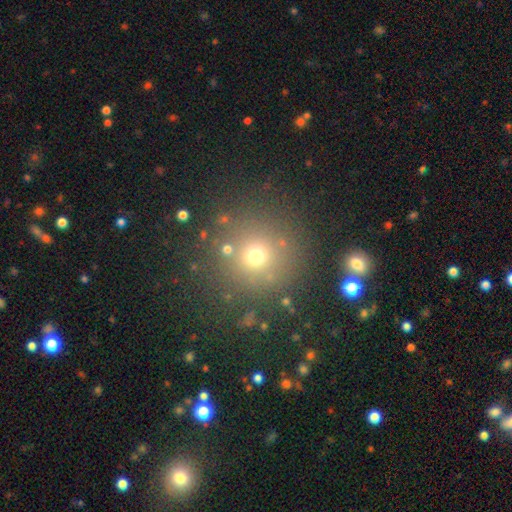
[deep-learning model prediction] smooth-or-featured: smooth: 68% | star or artifact: 23% | featured or disk: 9%
  how-rounded: round: 94% | in between: 6% | cigar-shaped: 1%
  merging: none: 83% | minor disturbance: 8% | merger: 4% | major disturbance: 4%